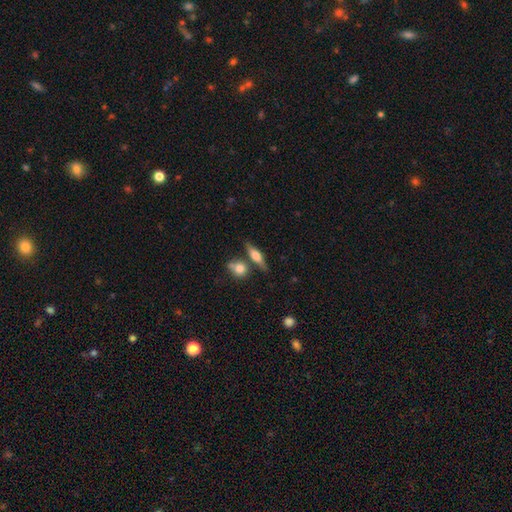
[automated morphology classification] Q: Smooth or featured?
A: smooth (49%); runner-up: featured or disk (44%)
Q: Merging?
A: none (68%); runner-up: merger (15%)